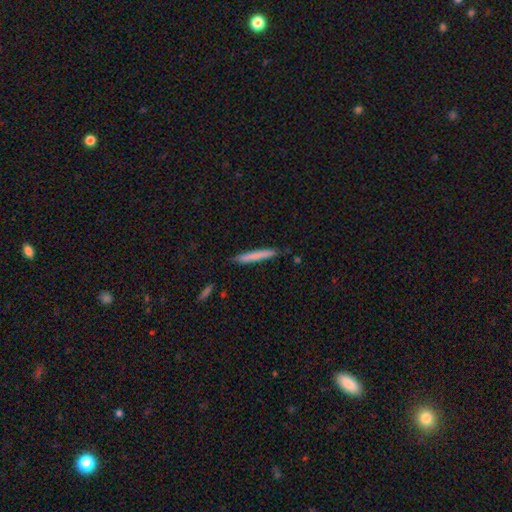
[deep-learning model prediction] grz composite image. It shows a smooth galaxy with no disk features (74%) that is cigar-shaped (96%). Merging: none (86%).